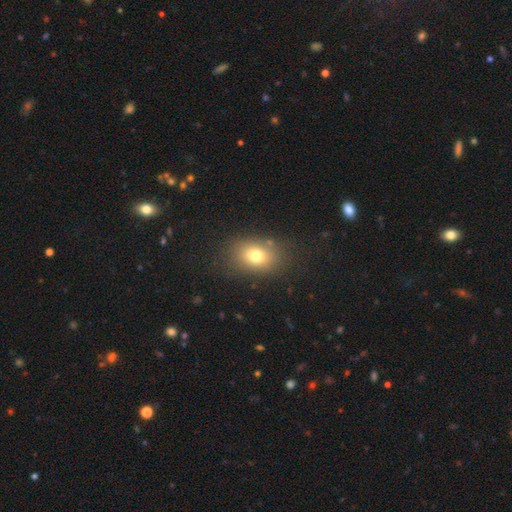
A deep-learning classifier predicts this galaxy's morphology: A smooth galaxy with no disk features (75%) that is in between round and cigar-shaped (65%). Merging: none (81%).